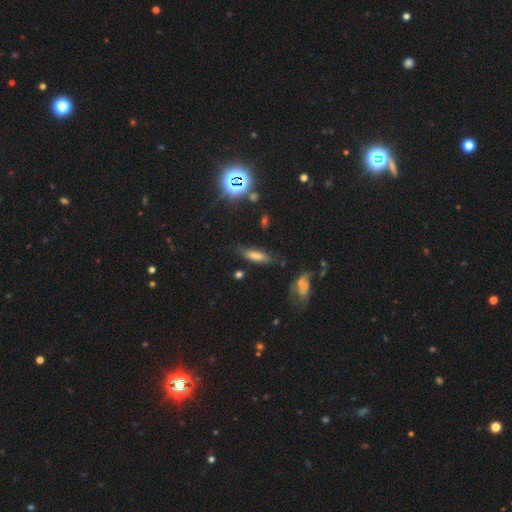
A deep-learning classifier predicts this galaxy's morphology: smooth_or_featured: smooth (p=0.68) [alt: featured or disk p=0.20]
how_rounded: cigar-shaped (p=0.53) [alt: in between p=0.44]
merging: none (p=0.70) [alt: minor disturbance p=0.20]